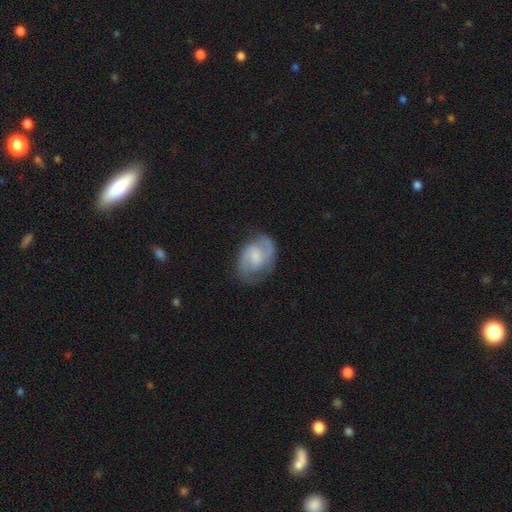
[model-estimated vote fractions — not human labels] smooth-or-featured: featured or disk: 80% | smooth: 15% | star or artifact: 6%
  disk-edge-on: no: 98% | yes: 2%
    bar: weak: 54% | no: 35% | strong: 11%
    has-spiral-arms: yes: 95% | no: 5%
      spiral-winding: medium: 55% | tight: 28% | loose: 18%
      spiral-arm-count: 2: 89% | can't tell: 5% | 1: 2% | 3: 2% | 4: 1% | more than 4: 1%
    bulge-size: small: 37% | moderate: 35% | none: 19% | large: 7% | dominant: 1%
  merging: none: 75% | minor disturbance: 17% | major disturbance: 7% | merger: 1%